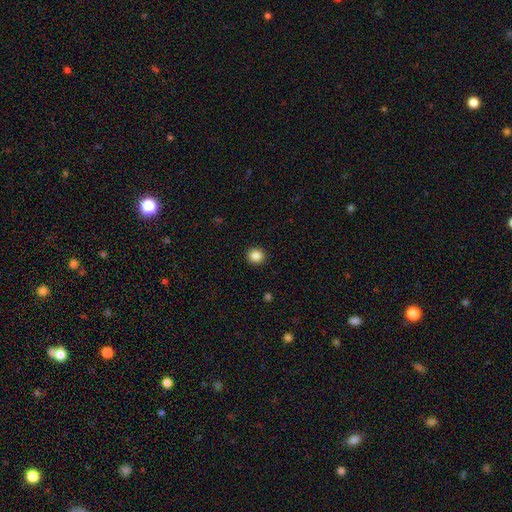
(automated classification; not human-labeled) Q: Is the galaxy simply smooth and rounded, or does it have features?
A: smooth — 87%.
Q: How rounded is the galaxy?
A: round — 90%.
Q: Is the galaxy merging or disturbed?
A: none — 92%.